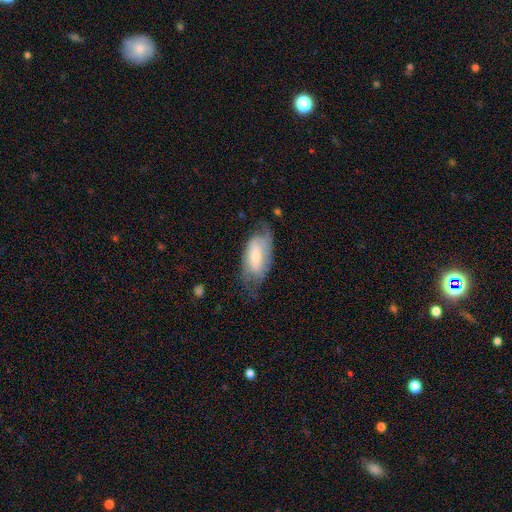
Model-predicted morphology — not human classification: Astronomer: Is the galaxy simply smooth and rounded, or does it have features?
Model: featured or disk — 59% (runner-up: smooth, 35%).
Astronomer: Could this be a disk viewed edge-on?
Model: no — 91%.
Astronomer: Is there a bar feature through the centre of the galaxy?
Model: weak — 40% (runner-up: no, 36%).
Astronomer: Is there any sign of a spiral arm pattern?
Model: yes — 83%.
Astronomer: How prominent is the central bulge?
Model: small — 46% (runner-up: moderate, 39%).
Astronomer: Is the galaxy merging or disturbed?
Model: none — 55%.